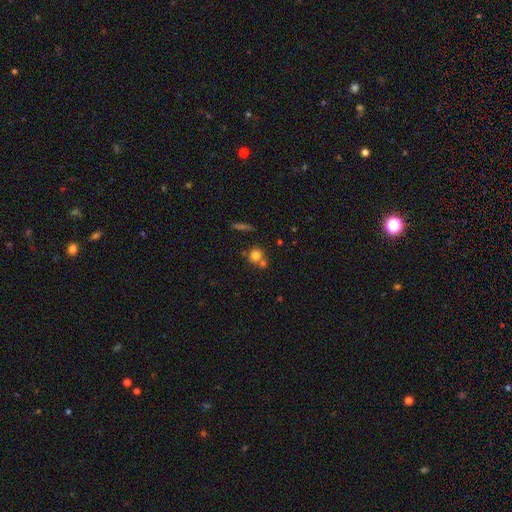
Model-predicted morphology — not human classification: smooth 76%, star or artifact 12%, featured or disk 12%. Down the decision tree: how rounded — round (86%); merging — none (52%).